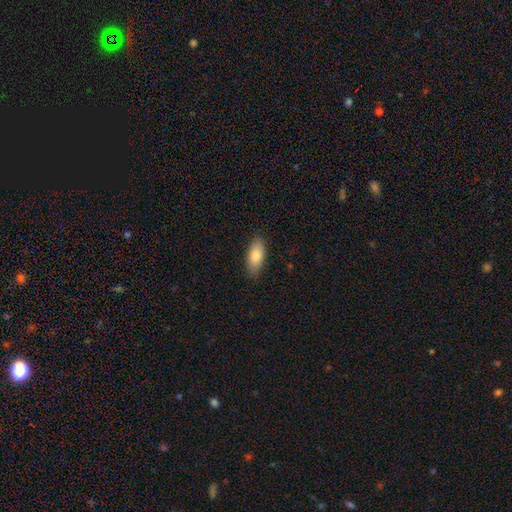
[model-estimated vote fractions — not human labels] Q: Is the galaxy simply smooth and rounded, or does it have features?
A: smooth — 79%.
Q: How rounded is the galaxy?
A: in between — 84%.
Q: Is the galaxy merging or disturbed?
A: none — 87%.